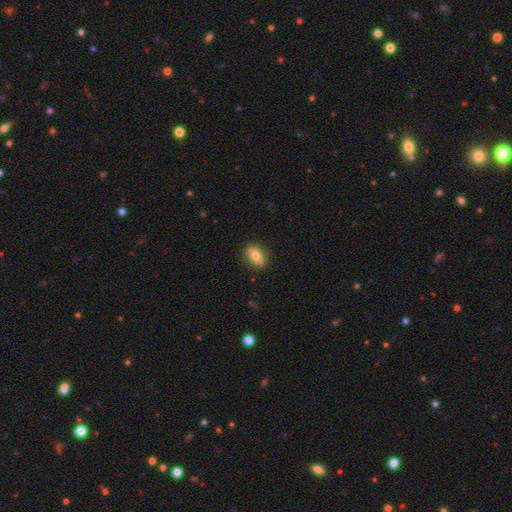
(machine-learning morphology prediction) A smooth galaxy with no disk features (66%) that is in between round and cigar-shaped (76%). Merging: none (87%).